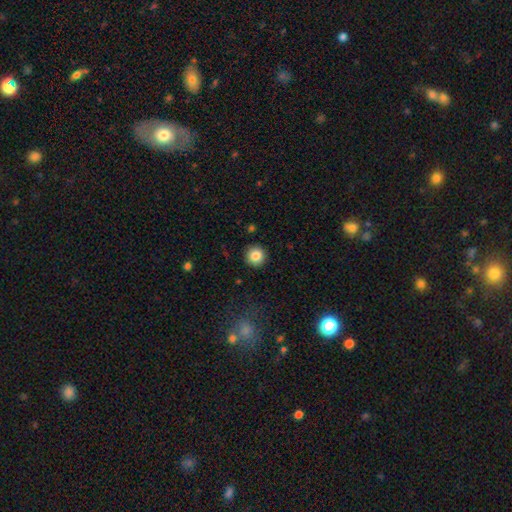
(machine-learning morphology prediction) A smooth galaxy with no disk features (85%) that is round (95%). Merging: none (92%).